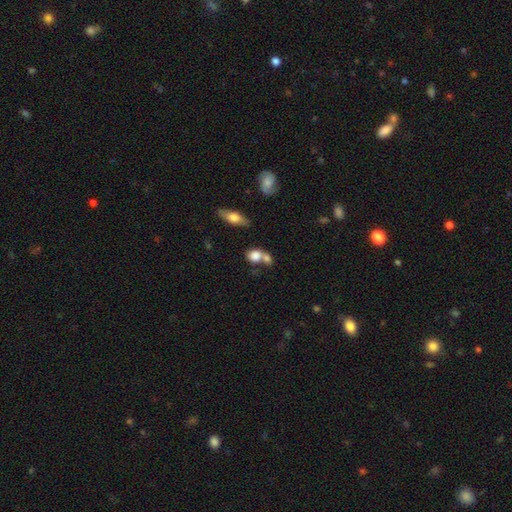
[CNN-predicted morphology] smooth-or-featured: smooth: 79% | featured or disk: 12% | star or artifact: 9%
  how-rounded: round: 53% | in between: 44% | cigar-shaped: 3%
  merging: merger: 51% | none: 34% | minor disturbance: 10% | major disturbance: 6%